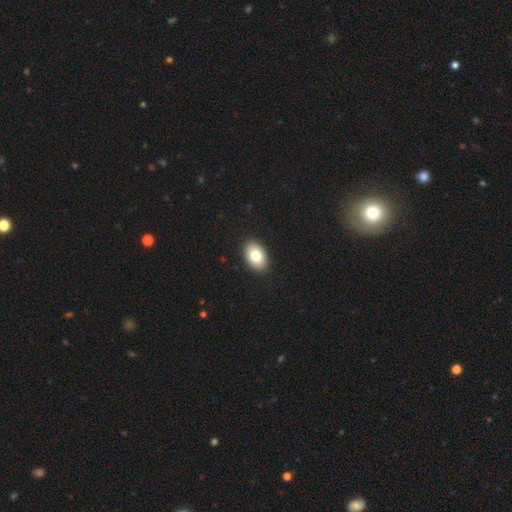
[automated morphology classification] A smooth galaxy with no disk features (79%) that is in between round and cigar-shaped (89%). Merging: none (91%).